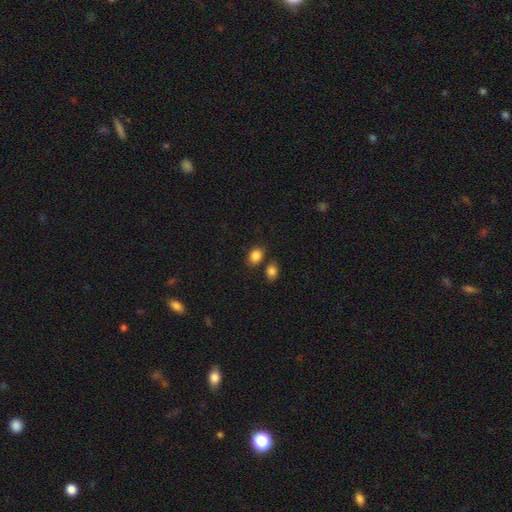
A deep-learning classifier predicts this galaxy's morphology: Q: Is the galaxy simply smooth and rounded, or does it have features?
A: smooth — 86%.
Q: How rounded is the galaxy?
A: in between — 60%.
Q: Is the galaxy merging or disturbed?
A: none — 73%.